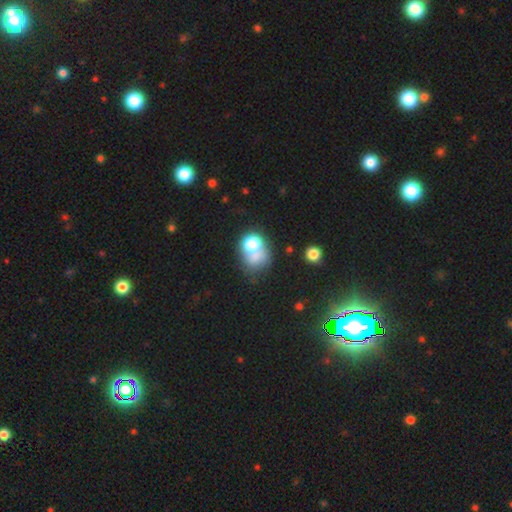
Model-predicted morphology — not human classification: Smooth or featured? smooth (68%)
How rounded? round (56%)
Merging? merger (50%)